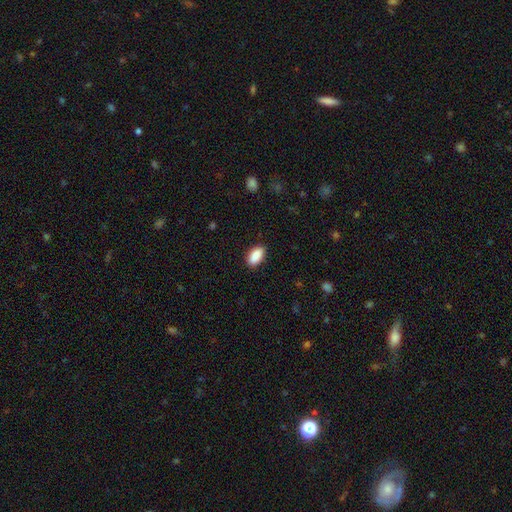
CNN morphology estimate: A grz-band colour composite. It shows a smooth galaxy with no disk features (90%) that is in between round and cigar-shaped (93%). Merging: none (87%).